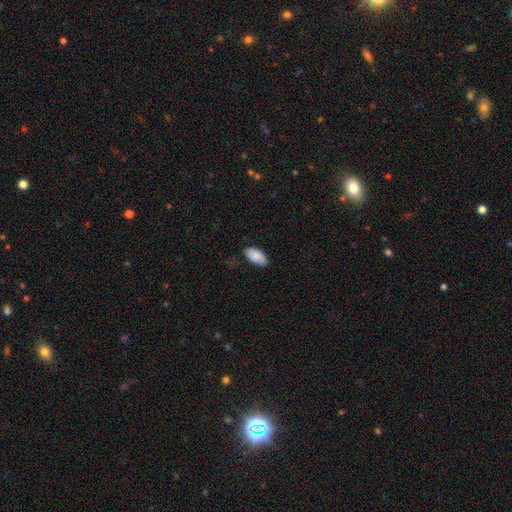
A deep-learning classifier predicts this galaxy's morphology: Overall: smooth (87%). How rounded: in between (93%). Merging: none (76%).